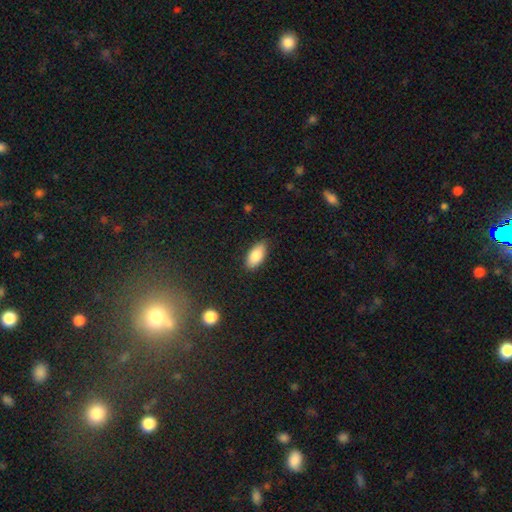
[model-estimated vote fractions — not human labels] smooth-or-featured: smooth: 85% | featured or disk: 8% | star or artifact: 7%
  how-rounded: in between: 90% | cigar-shaped: 8% | round: 2%
  merging: none: 85% | minor disturbance: 11% | major disturbance: 2% | merger: 1%